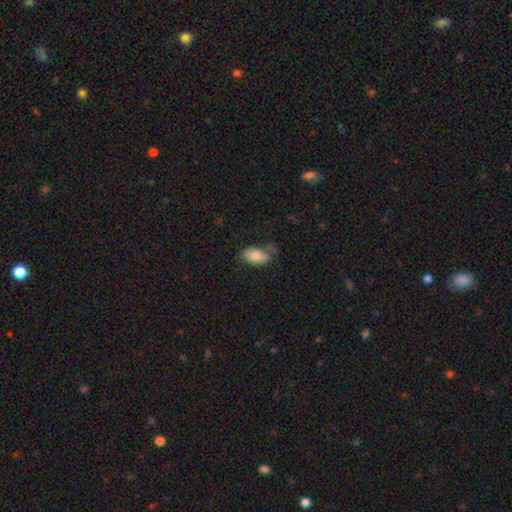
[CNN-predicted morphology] smooth-or-featured: smooth: 71% | featured or disk: 22% | star or artifact: 7%
  how-rounded: in between: 92% | round: 5% | cigar-shaped: 3%
  merging: none: 53% | minor disturbance: 31% | major disturbance: 13% | merger: 3%